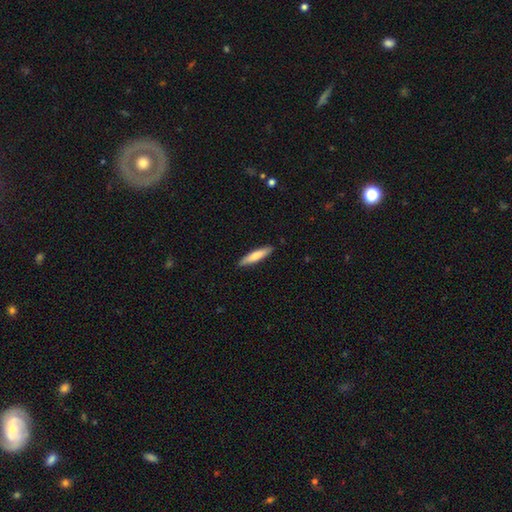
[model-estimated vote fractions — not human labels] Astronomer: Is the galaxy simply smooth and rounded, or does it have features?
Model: smooth — 72%.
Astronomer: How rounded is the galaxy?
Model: cigar-shaped — 86%.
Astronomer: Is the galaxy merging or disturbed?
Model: none — 90%.